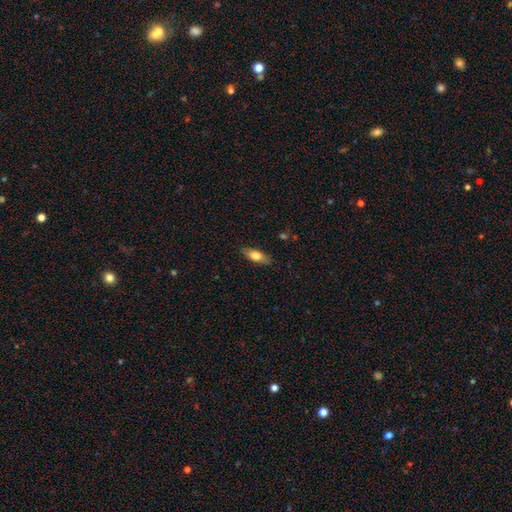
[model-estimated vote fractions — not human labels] A smooth galaxy with no disk features (71%) that is in between round and cigar-shaped (70%).

Vote fractions:
- Smooth or featured? smooth: 71% / featured or disk: 22% / star or artifact: 6%
- How rounded? in between: 70% / cigar-shaped: 27% / round: 3%
- Merging? none: 85% / minor disturbance: 11% / major disturbance: 2% / merger: 1%